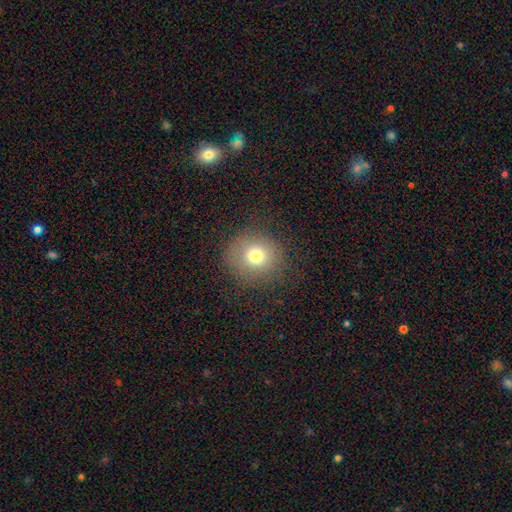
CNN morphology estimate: smooth-or-featured: smooth: 72% | star or artifact: 15% | featured or disk: 13%
  how-rounded: round: 89% | in between: 10% | cigar-shaped: 1%
  merging: none: 80% | minor disturbance: 12% | major disturbance: 7% | merger: 1%